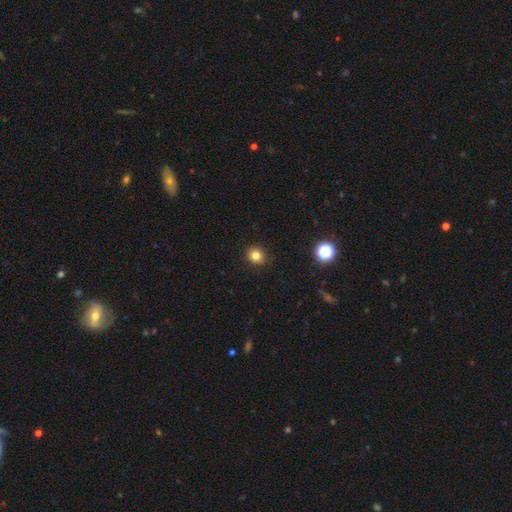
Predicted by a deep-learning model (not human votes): Morphology: type=smooth (82%); roundness=round (87%); merging=none (92%).